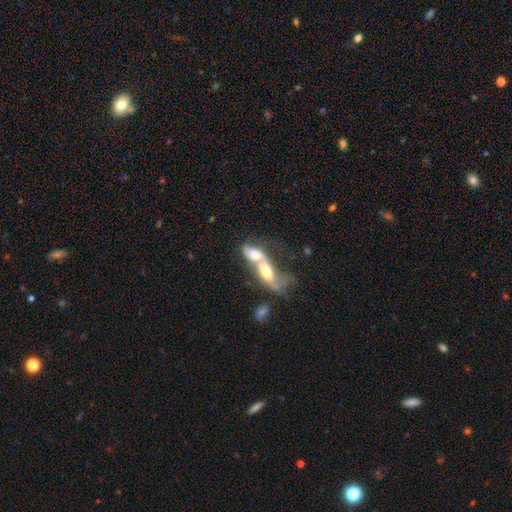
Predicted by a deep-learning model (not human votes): smooth-or-featured: featured or disk: 52% | smooth: 37% | star or artifact: 11%
  disk-edge-on: no: 66% | yes: 34%
  merging: merger: 72% | none: 15% | major disturbance: 7% | minor disturbance: 6%